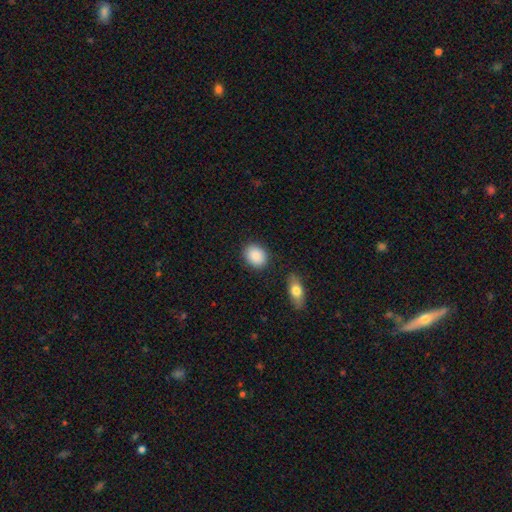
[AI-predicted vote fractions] Smooth or featured? Predicted: smooth (p=0.88). How rounded? Predicted: in between (p=0.50). Merging? Predicted: none (p=0.85).